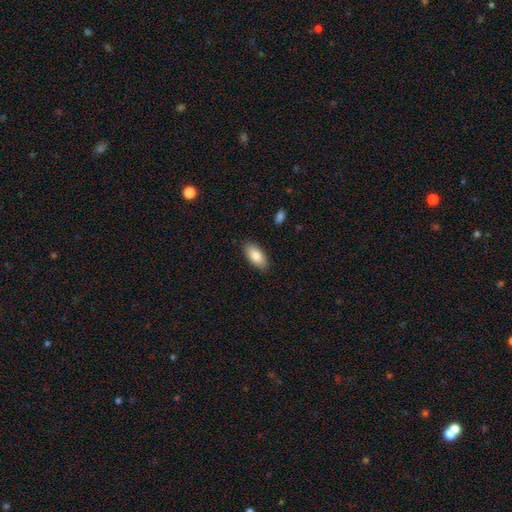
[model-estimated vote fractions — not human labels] Q: Smooth or featured?
A: smooth (85%); runner-up: featured or disk (9%)
Q: How rounded?
A: in between (92%); runner-up: cigar-shaped (6%)
Q: Merging?
A: none (87%); runner-up: minor disturbance (10%)